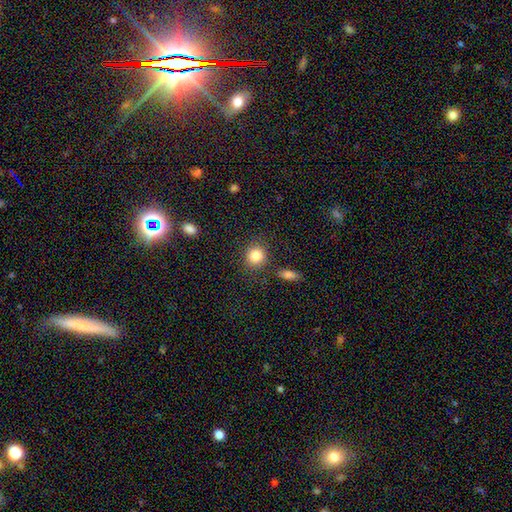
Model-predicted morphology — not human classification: Smooth or featured? smooth (85%)
How rounded? round (80%)
Merging? none (82%)